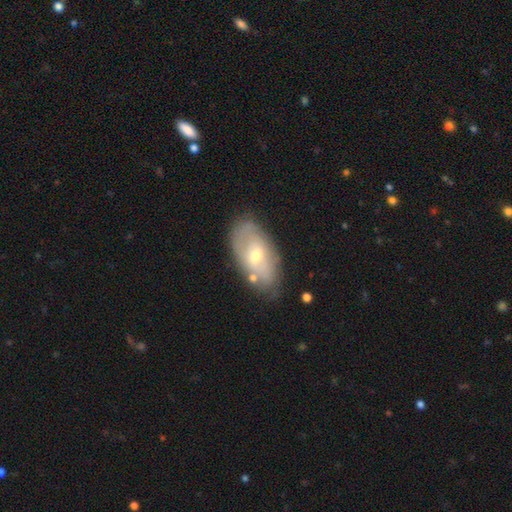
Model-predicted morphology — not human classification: Smooth or featured?
  - featured or disk: 49% *
  - smooth: 43%
  - star or artifact: 7%
Merging?
  - none: 71% *
  - minor disturbance: 19%
  - major disturbance: 5%
  - merger: 5%